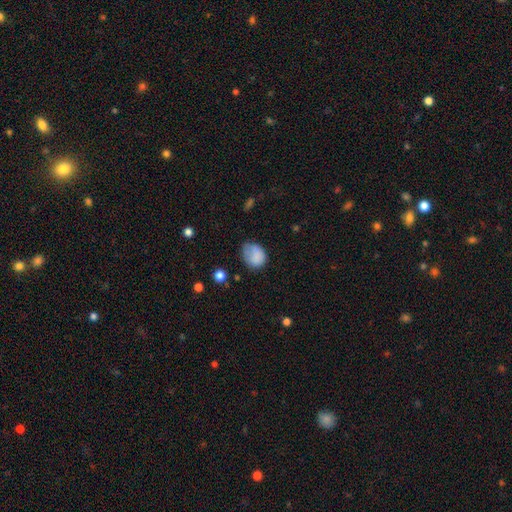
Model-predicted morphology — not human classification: This appears to be a smooth galaxy with no disk features (80%) that is in between round and cigar-shaped (51%). Merging: none (45%).